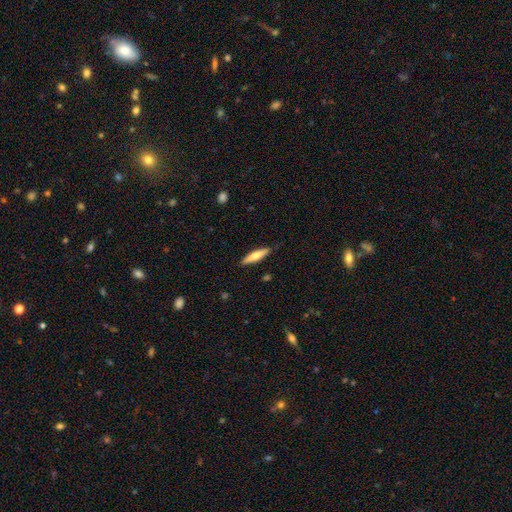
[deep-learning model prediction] This is possibly a smooth galaxy (59%). How rounded: likely cigar-shaped (79%). Merging: clearly none (87%).